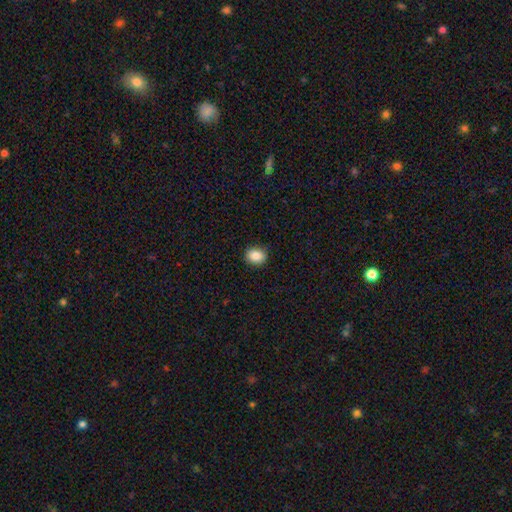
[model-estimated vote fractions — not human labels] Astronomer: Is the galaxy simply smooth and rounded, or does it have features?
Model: smooth — 87%.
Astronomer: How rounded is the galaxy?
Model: round — 53% (runner-up: in between, 46%).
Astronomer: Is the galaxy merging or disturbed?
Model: none — 89%.